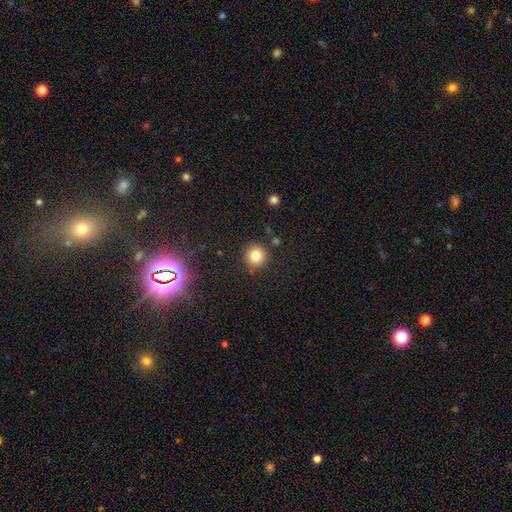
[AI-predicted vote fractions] Smooth or featured?
  - smooth: 83% *
  - star or artifact: 12%
  - featured or disk: 6%
How rounded?
  - round: 93% *
  - in between: 6%
  - cigar-shaped: 1%
Merging?
  - none: 86% *
  - minor disturbance: 8%
  - merger: 3%
  - major disturbance: 3%